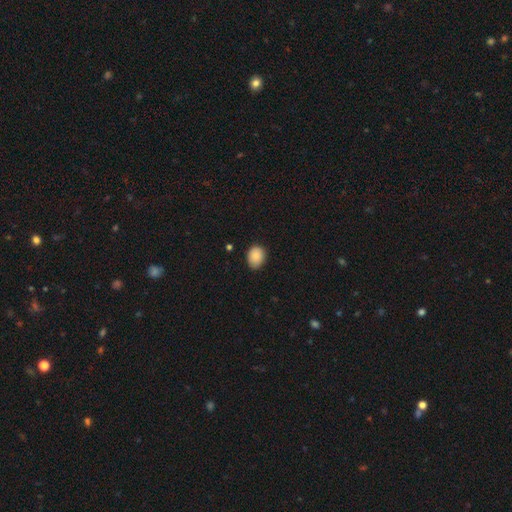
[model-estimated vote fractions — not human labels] smooth 88%, star or artifact 8%, featured or disk 5%. Down the decision tree: how rounded — in between (58%); merging — none (80%).